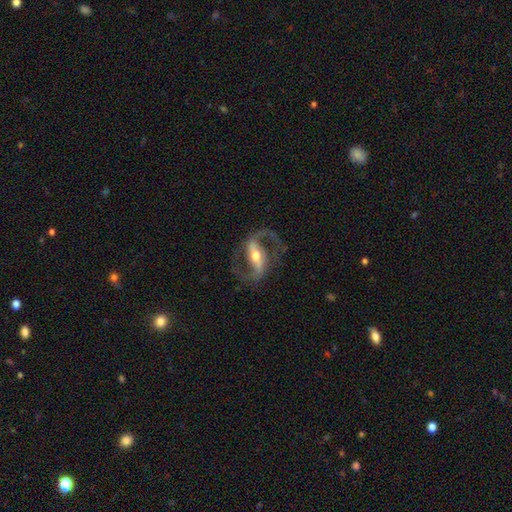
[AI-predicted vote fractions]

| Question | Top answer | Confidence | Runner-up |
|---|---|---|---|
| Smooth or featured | featured or disk | 90% | smooth (5%) |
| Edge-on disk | no | 95% | yes (5%) |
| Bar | strong | 60% | weak (28%) |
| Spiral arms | yes | 96% | no (4%) |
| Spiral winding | medium | 53% | loose (37%) |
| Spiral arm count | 2 | 93% | 1 (2%) |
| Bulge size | moderate | 64% | small (26%) |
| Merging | none | 79% | minor disturbance (11%) |